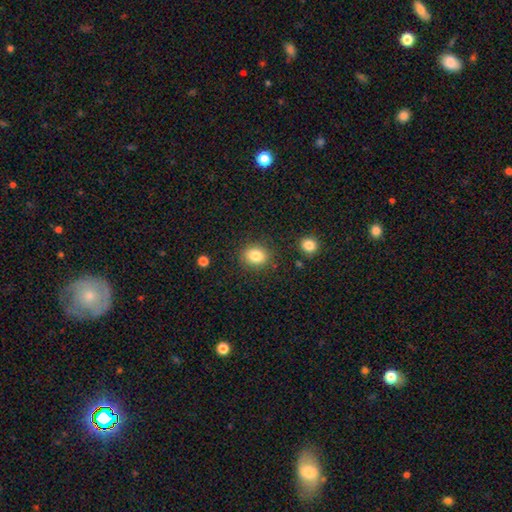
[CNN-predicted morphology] type=smooth (84%); roundness=round (59%); merging=none (85%).